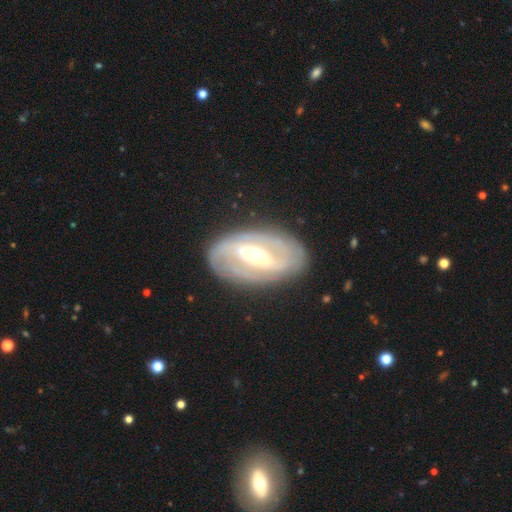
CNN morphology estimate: Smooth or featured? featured or disk (81%)
Edge-on disk? no (93%)
Bar? strong (63%)
Spiral arms? yes (79%)
Spiral winding? tight (53%)
Spiral arm count? 2 (67%)
Bulge size? moderate (66%)
Merging? none (83%)